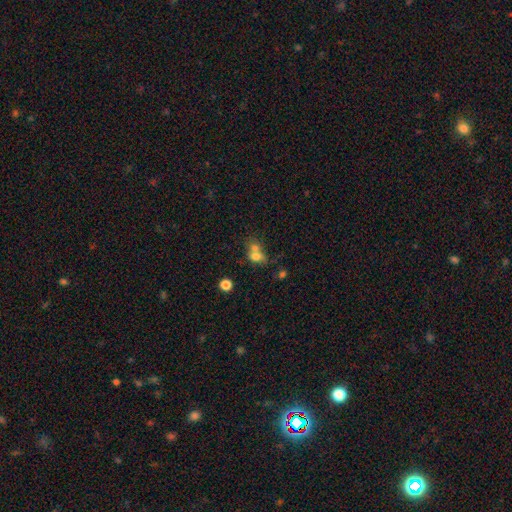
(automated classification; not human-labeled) Smooth or featured?
  - smooth: 68% *
  - featured or disk: 18%
  - star or artifact: 14%
How rounded?
  - round: 49% * (tied)
  - in between: 49% * (tied)
  - cigar-shaped: 2%
Merging?
  - merger: 62% *
  - none: 23%
  - minor disturbance: 8%
  - major disturbance: 7%